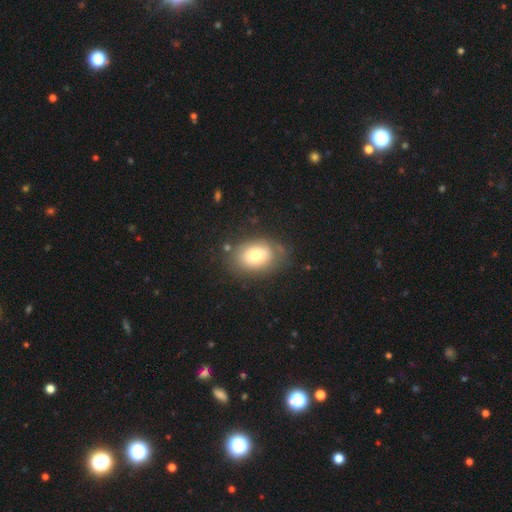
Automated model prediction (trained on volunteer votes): A smooth galaxy with no disk features (71%) that is in between round and cigar-shaped (76%). Merging: none (71%).